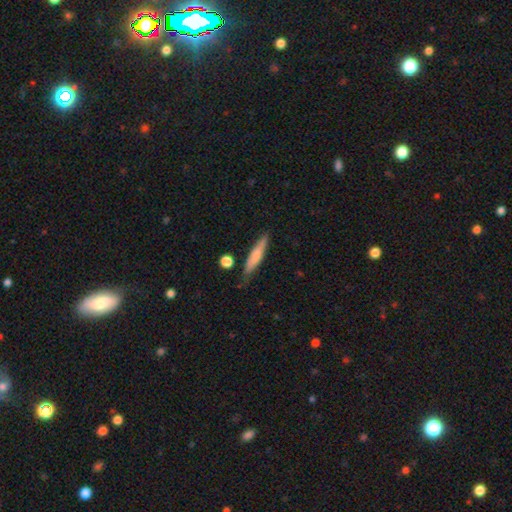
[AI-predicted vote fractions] This is likely a smooth galaxy (68%). How rounded: clearly cigar-shaped (86%). Merging: likely none (75%).